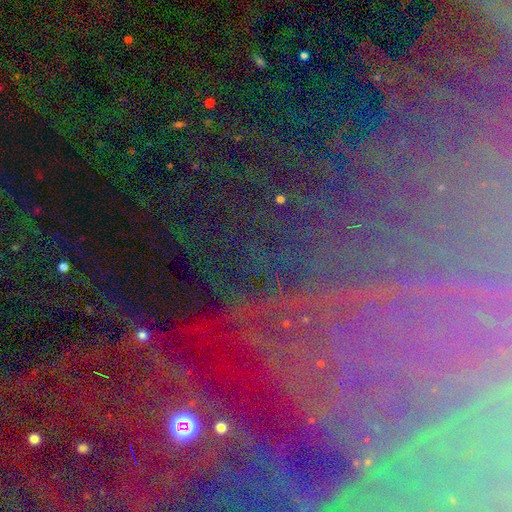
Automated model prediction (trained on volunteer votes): smooth_or_featured: star or artifact (p=0.72) [alt: featured or disk p=0.17]